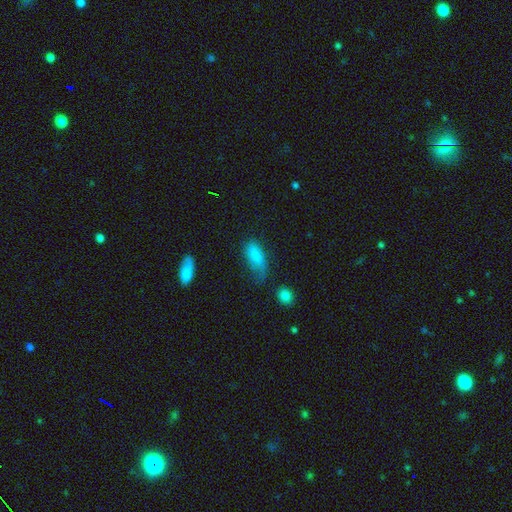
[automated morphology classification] Smooth or featured? Predicted: smooth (p=0.80). How rounded? Predicted: in between (p=0.78). Merging? Predicted: none (p=0.37).